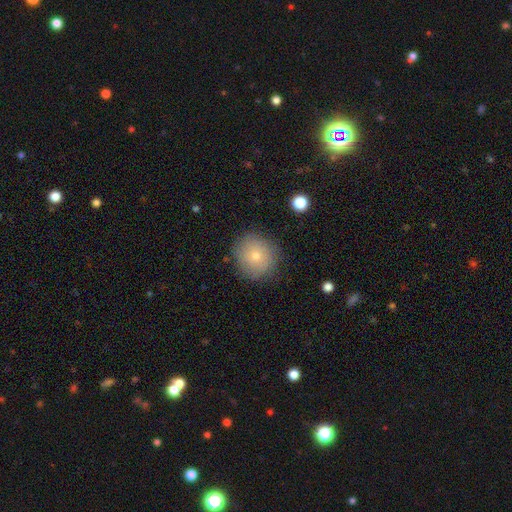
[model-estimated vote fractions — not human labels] Overall: smooth (72%). How rounded: round (90%). Merging: none (85%).